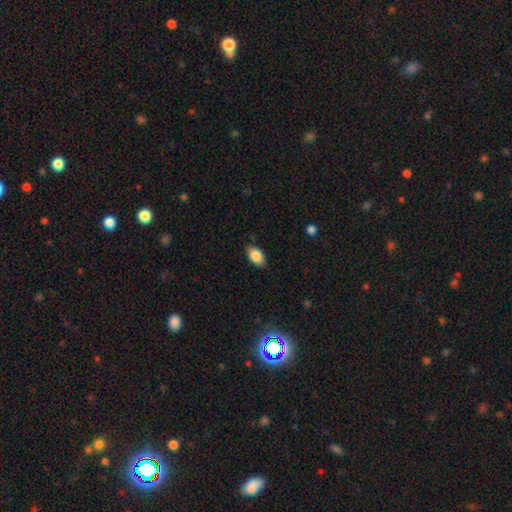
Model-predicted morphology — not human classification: smooth-or-featured: smooth: 86% | star or artifact: 7% | featured or disk: 7%
  how-rounded: in between: 92% | round: 6% | cigar-shaped: 2%
  merging: none: 83% | minor disturbance: 13% | major disturbance: 3% | merger: 1%